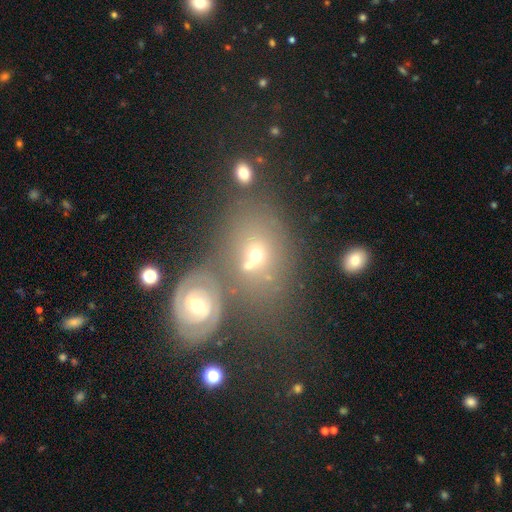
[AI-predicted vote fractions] The model was most divided on "smooth or featured" (2-way tie): smooth: 42%, featured or disk: 42%, star or artifact: 16%. Remaining: merging — none (47%).